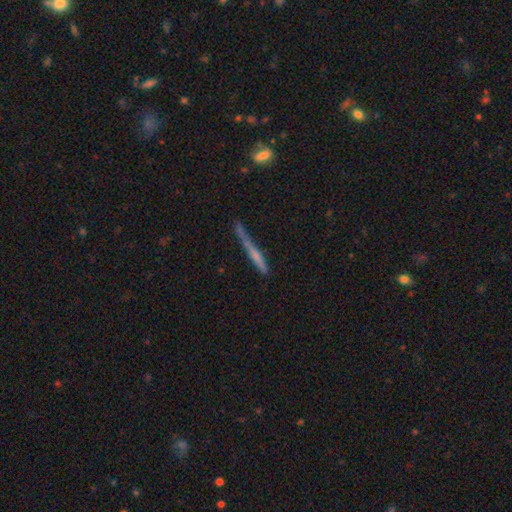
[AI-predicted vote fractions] Morphology: type=smooth (57%); roundness=cigar-shaped (95%); merging=none (54%).